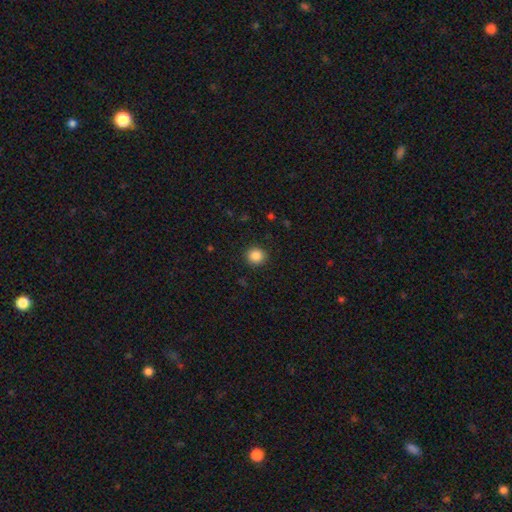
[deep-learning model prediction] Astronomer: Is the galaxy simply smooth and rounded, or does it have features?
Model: smooth — 86%.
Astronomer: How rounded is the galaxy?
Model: round — 90%.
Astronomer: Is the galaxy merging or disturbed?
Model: none — 91%.